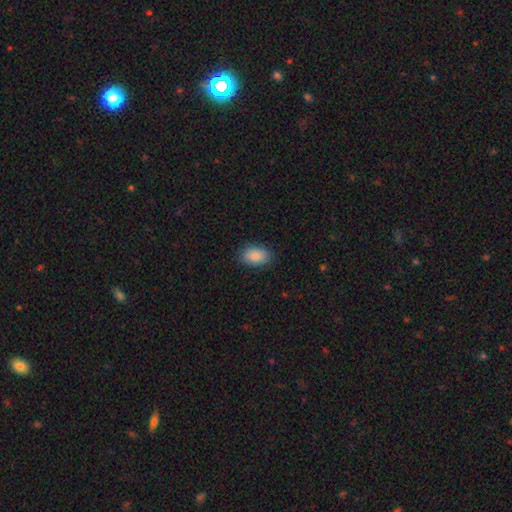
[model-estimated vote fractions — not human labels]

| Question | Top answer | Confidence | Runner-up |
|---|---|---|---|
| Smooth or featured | smooth | 88% | star or artifact (7%) |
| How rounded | in between | 89% | round (10%) |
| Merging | none | 87% | minor disturbance (9%) |